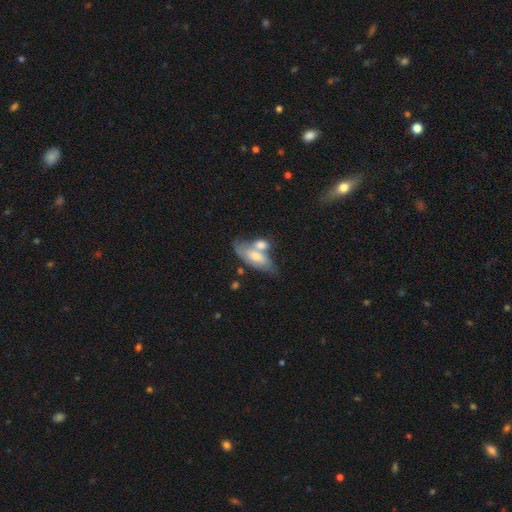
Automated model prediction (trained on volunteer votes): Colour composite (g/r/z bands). It shows a smooth galaxy with no disk features (58%) that is in between round and cigar-shaped (81%). Merging: merger (51%).